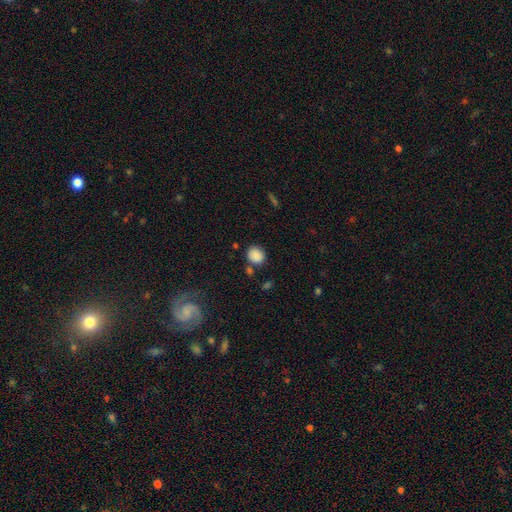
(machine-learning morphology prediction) Q: Smooth or featured?
A: smooth (87%); runner-up: star or artifact (9%)
Q: How rounded?
A: round (69%); runner-up: in between (30%)
Q: Merging?
A: none (78%); runner-up: minor disturbance (12%)